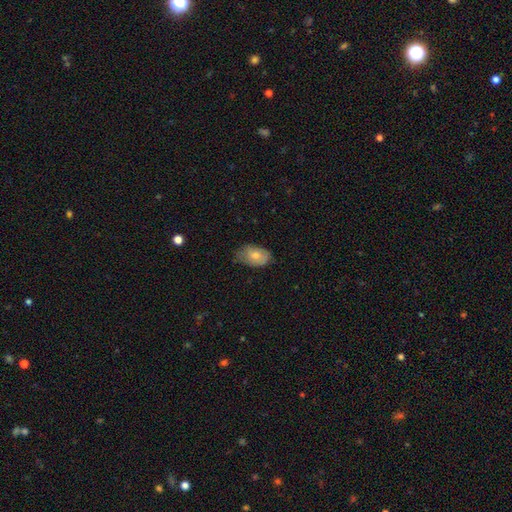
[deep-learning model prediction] smooth 74%, featured or disk 19%, star or artifact 7%. Down the decision tree: how rounded — in between (90%); merging — none (53%).